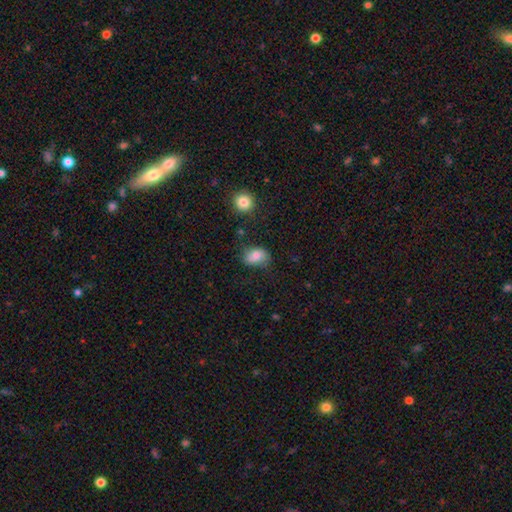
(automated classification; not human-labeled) A smooth galaxy with no disk features (76%) that is in between round and cigar-shaped (76%). Merging: none (64%).